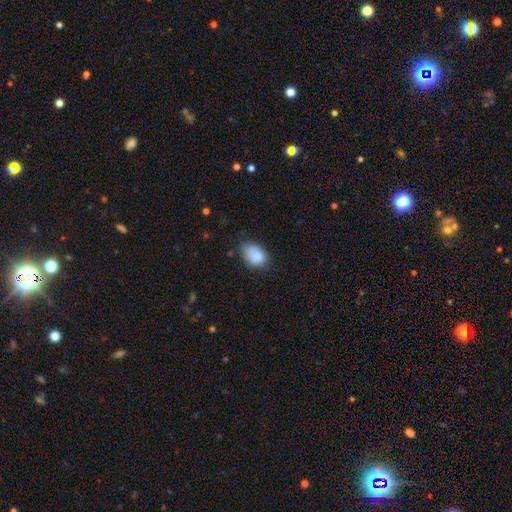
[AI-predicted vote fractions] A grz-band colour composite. It shows a smooth galaxy with no disk features (85%) that is in between round and cigar-shaped (80%). Merging: none (51%).